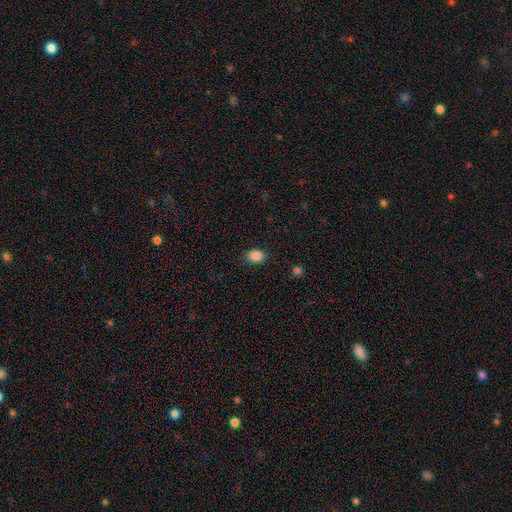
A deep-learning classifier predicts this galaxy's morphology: Smooth or featured: smooth — 88% (star or artifact — 9%)
How rounded: in between — 73% (round — 26%)
Merging: none — 86% (minor disturbance — 10%)